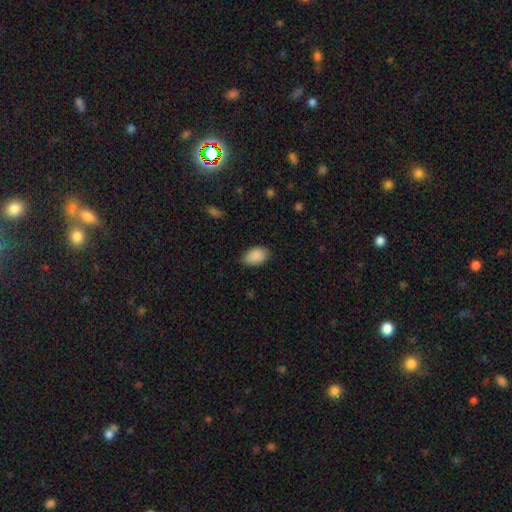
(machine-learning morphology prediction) smooth 90%, star or artifact 7%, featured or disk 3%. Down the decision tree: how rounded — in between (90%); merging — none (81%).